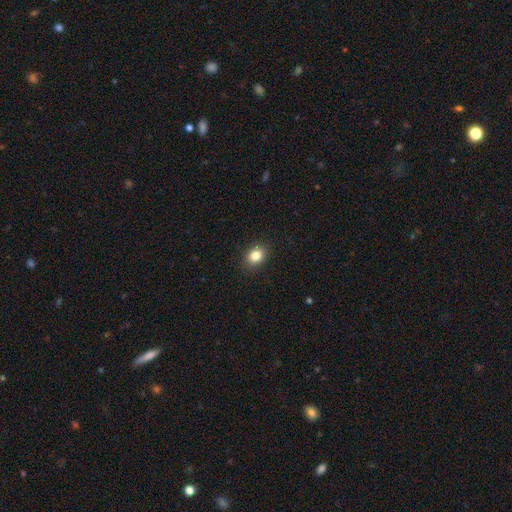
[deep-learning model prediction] smooth 84%, star or artifact 10%, featured or disk 6%. Down the decision tree: how rounded — in between (61%); merging — none (88%).